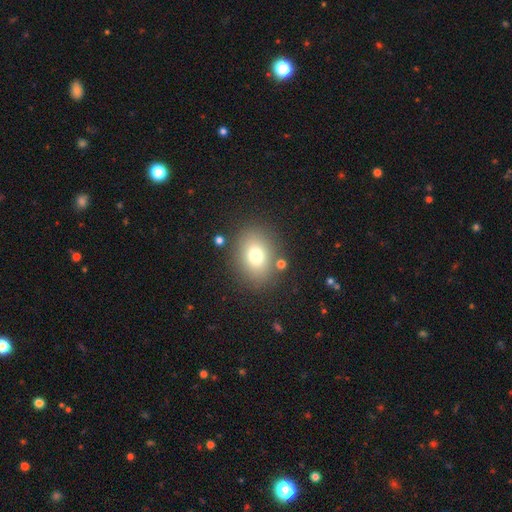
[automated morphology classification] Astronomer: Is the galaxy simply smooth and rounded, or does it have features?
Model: smooth — 75%.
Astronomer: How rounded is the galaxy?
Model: in between — 54% (runner-up: round, 45%).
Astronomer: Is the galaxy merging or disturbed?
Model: none — 82%.